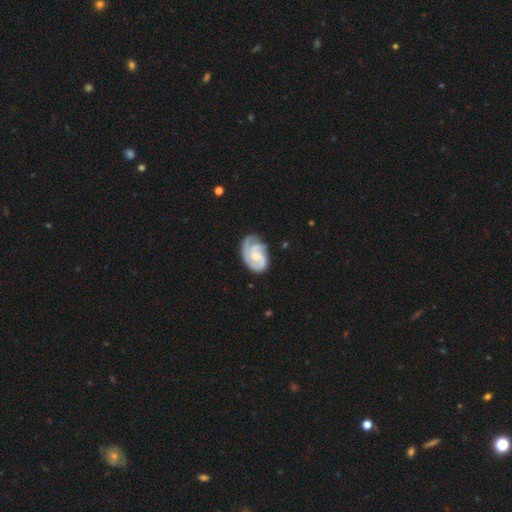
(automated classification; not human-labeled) smooth_or_featured: featured or disk (p=0.85) [alt: smooth p=0.10]
disk_edge_on: no (p=0.98) [alt: yes p=0.02]
bar: no (p=0.61) [alt: weak p=0.33]
has_spiral_arms: yes (p=0.97) [alt: no p=0.03]
spiral_winding: tight (p=0.55) [alt: medium p=0.36]
spiral_arm_count: 2 (p=0.43) [alt: 3 p=0.31]
bulge_size: small (p=0.56) [alt: moderate p=0.31]
merging: none (p=0.62) [alt: minor disturbance p=0.24]